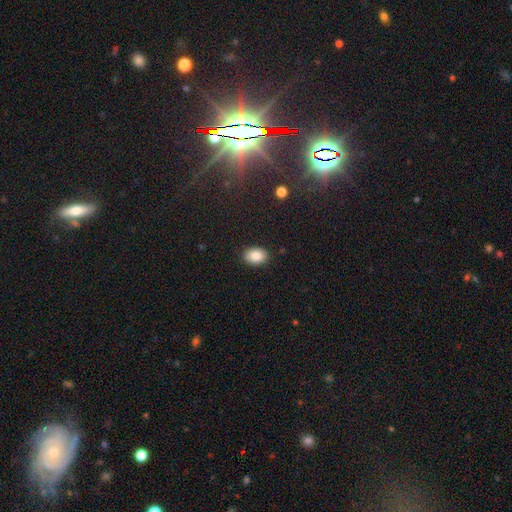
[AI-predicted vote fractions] Overall: smooth (87%). How rounded: in between (79%). Merging: none (88%).